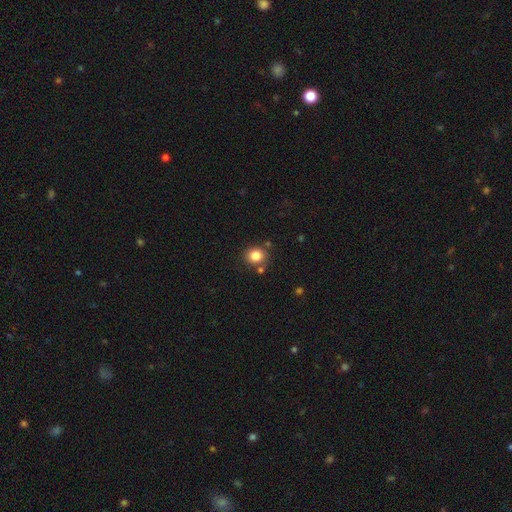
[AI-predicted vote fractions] Q: Smooth or featured?
A: smooth (83%); runner-up: star or artifact (11%)
Q: How rounded?
A: round (80%); runner-up: in between (19%)
Q: Merging?
A: none (77%); runner-up: minor disturbance (10%)